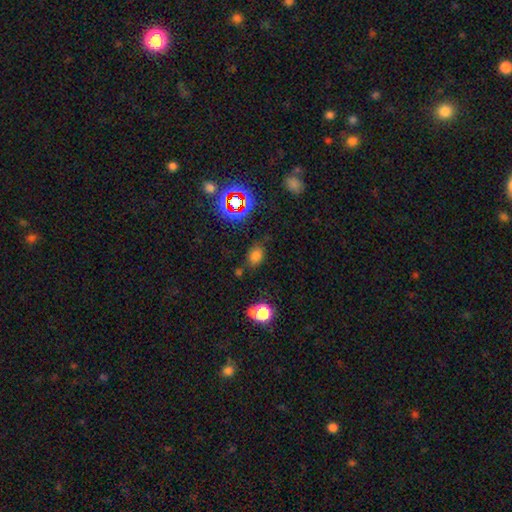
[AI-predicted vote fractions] smooth 67%, star or artifact 25%, featured or disk 8%. Down the decision tree: how rounded — in between (69%); merging — none (74%).